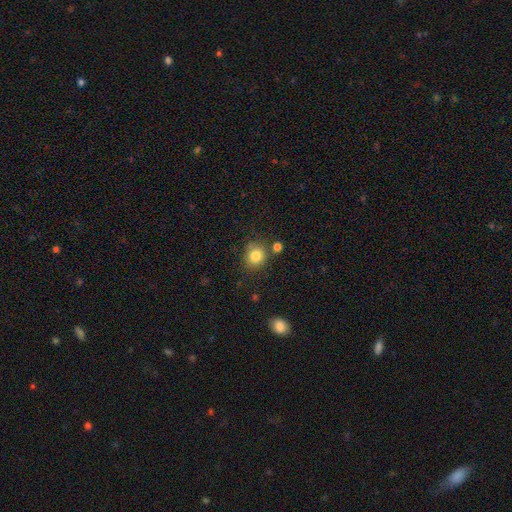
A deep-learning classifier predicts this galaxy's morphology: A smooth galaxy with no disk features (84%) that is round (78%).

Vote fractions:
- Smooth or featured? smooth: 84% / star or artifact: 10% / featured or disk: 6%
- How rounded? round: 78% / in between: 21% / cigar-shaped: 1%
- Merging? none: 74% / minor disturbance: 14% / merger: 8% / major disturbance: 4%